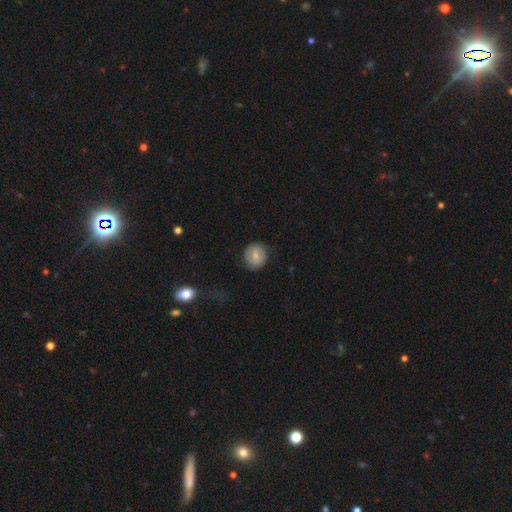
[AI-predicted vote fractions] Smooth or featured? Predicted: smooth (p=0.59). How rounded? Predicted: round (p=0.82). Merging? Predicted: none (p=0.81).